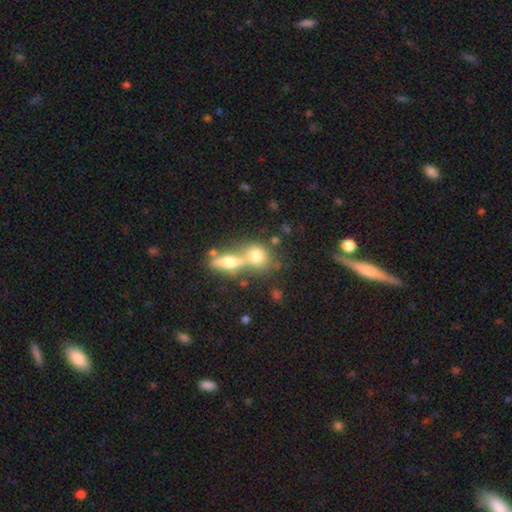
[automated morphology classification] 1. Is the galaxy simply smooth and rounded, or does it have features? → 70% smooth, 20% featured or disk, 10% star or artifact.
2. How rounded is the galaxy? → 58% round, 35% in between, 7% cigar-shaped.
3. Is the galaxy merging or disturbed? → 56% merger, 32% none, 7% minor disturbance, 5% major disturbance.